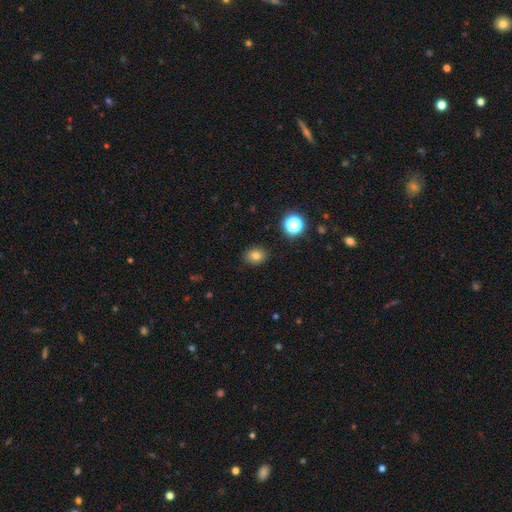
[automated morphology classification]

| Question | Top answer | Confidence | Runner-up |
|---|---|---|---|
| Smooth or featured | smooth | 77% | star or artifact (14%) |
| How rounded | in between | 52% | round (47%) |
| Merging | none | 89% | minor disturbance (8%) |